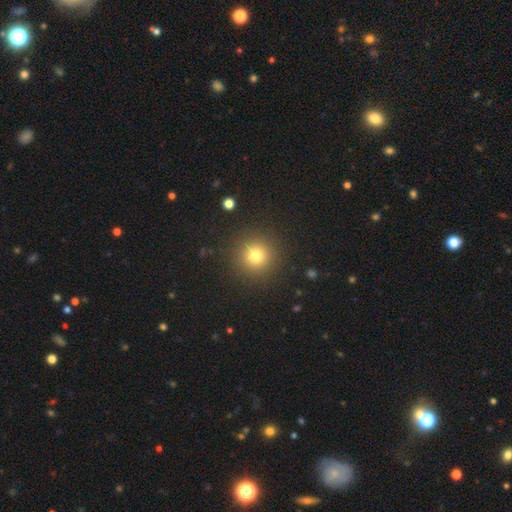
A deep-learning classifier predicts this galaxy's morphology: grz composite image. It shows a smooth galaxy with no disk features (77%) that is round (95%). Merging: none (90%).